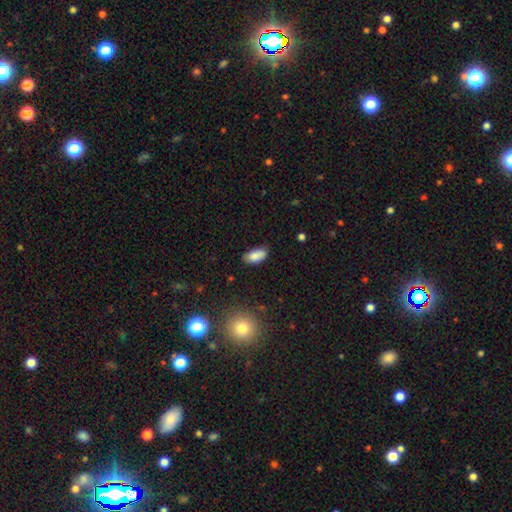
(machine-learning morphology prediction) A smooth galaxy with no disk features (86%) that is in between round and cigar-shaped (91%). Merging: none (76%).